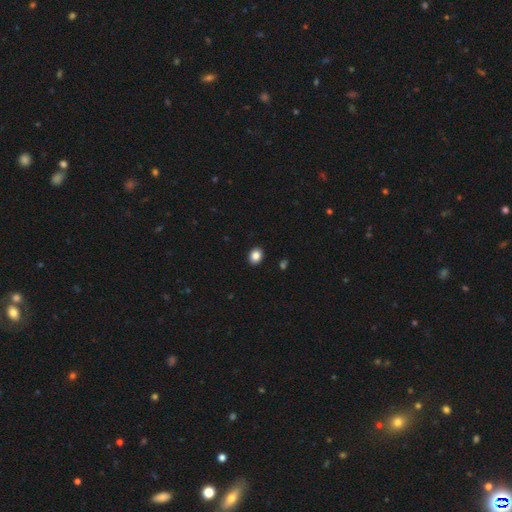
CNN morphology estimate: A smooth galaxy with no disk features (86%) that is in between round and cigar-shaped (52%).

Vote fractions:
- Smooth or featured? smooth: 86% / star or artifact: 9% / featured or disk: 5%
- How rounded? in between: 52% / round: 47% / cigar-shaped: 1%
- Merging? none: 91% / minor disturbance: 6% / major disturbance: 2% / merger: 1%